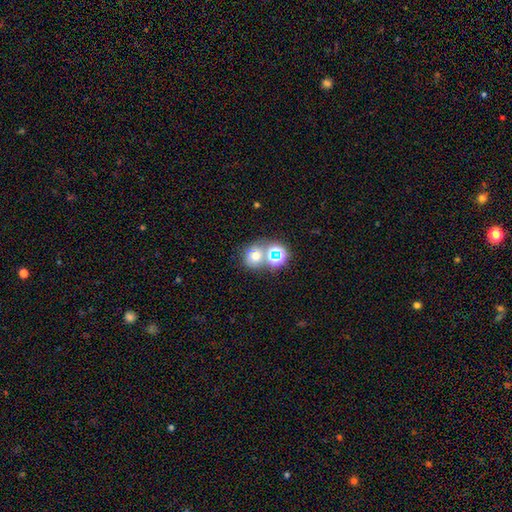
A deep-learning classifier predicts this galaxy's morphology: A smooth galaxy with no disk features (60%) that is round (76%). Merging: none (53%).